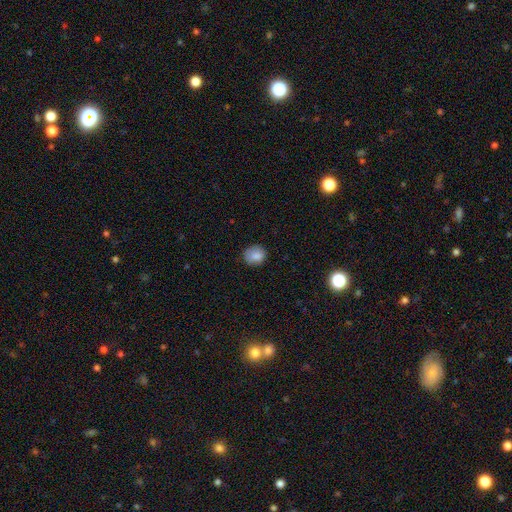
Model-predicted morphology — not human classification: A smooth galaxy with no disk features (85%) that is round (73%).

Vote fractions:
- Smooth or featured? smooth: 85% / star or artifact: 9% / featured or disk: 6%
- How rounded? round: 73% / in between: 26% / cigar-shaped: 1%
- Merging? none: 78% / minor disturbance: 17% / major disturbance: 4% / merger: 1%